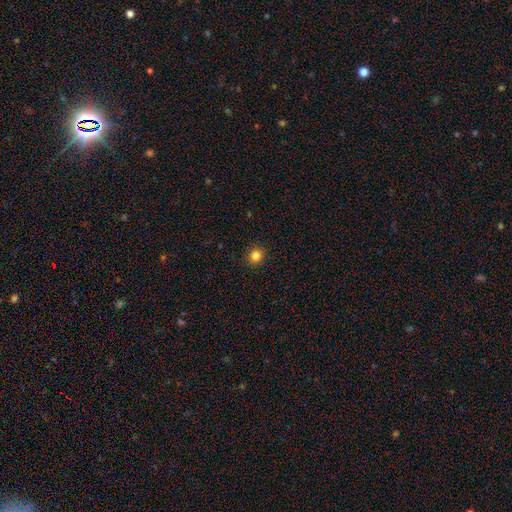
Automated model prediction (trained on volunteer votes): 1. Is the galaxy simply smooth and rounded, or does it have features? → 83% smooth, 12% star or artifact, 4% featured or disk.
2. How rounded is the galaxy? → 89% round, 10% in between, 1% cigar-shaped.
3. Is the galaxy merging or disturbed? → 92% none, 6% minor disturbance, 2% major disturbance, 1% merger.